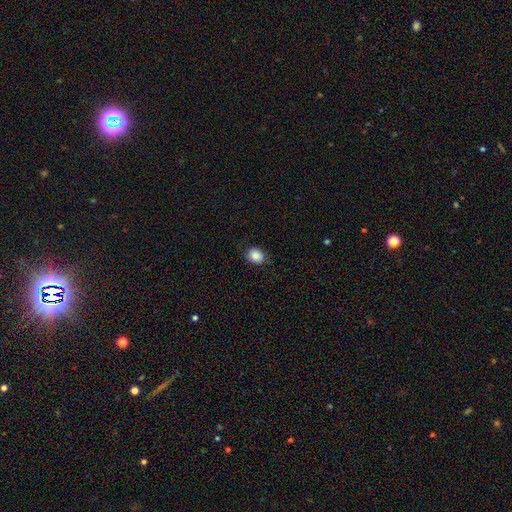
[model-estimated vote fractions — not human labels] Morphology: type=smooth (86%); roundness=round (51%); merging=none (82%).